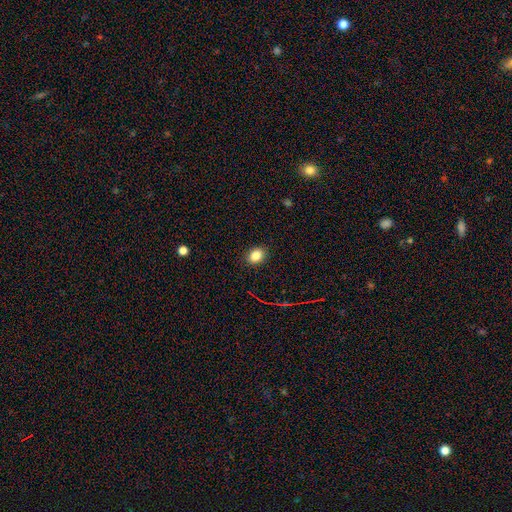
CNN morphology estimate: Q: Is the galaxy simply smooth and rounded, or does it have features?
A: smooth — 83%.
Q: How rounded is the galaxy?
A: in between — 60%.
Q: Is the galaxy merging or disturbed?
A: none — 89%.